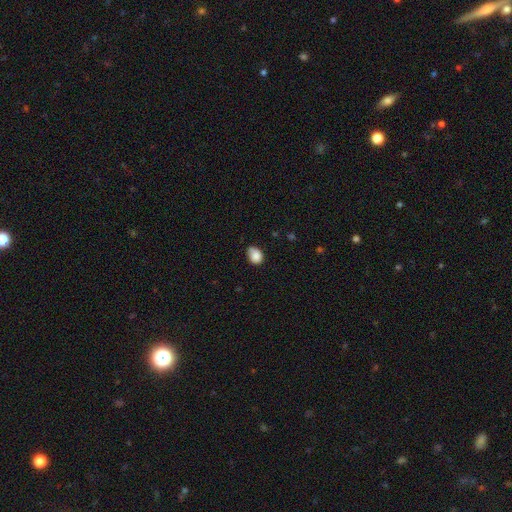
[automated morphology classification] The model was most divided on "merging": none: 58%, minor disturbance: 33%, major disturbance: 6%, merger: 2%. More confident: smooth or featured — smooth (86%); how rounded — in between (67%).